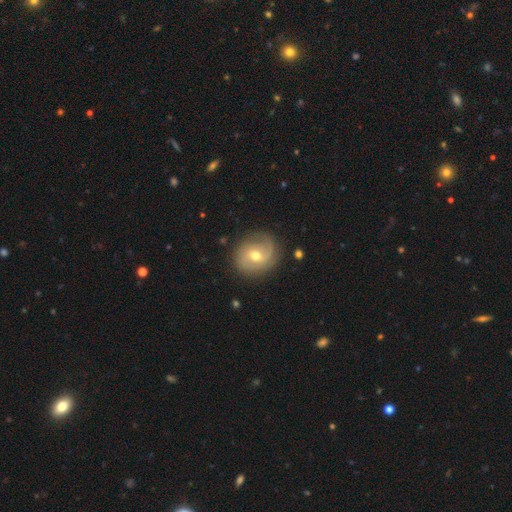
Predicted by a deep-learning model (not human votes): Morphology: type=featured or disk (69%); edge-on=no (97%); bar=no (46%); spiral arms=yes (87%); winding=medium (40%); arm count=2 (67%); bulge=moderate (68%); merging=none (80%).